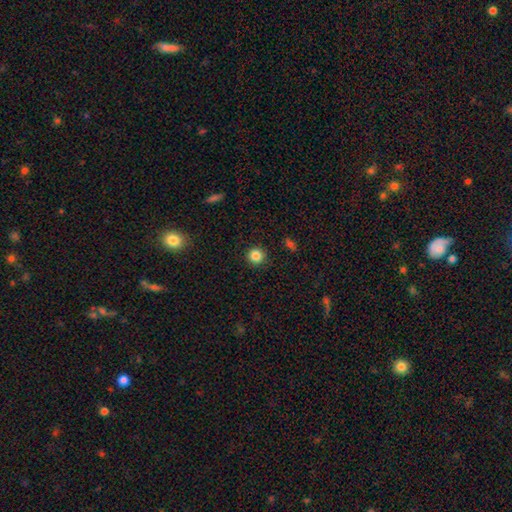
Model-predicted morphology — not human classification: Overall: smooth (84%). How rounded: round (94%). Merging: none (91%).